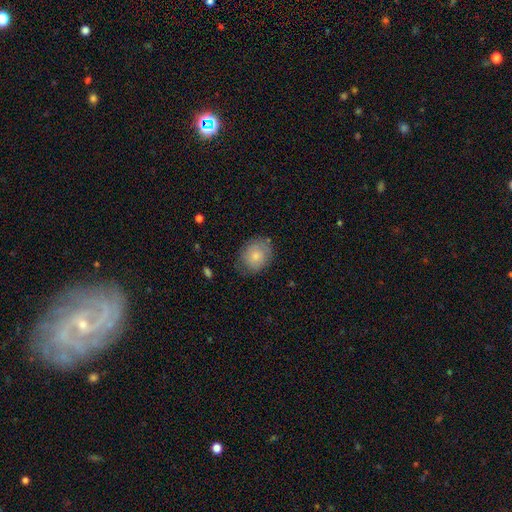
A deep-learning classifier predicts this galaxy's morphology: Overall: smooth (76%). How rounded: round (57%; in between 42%). Merging: none (71%).